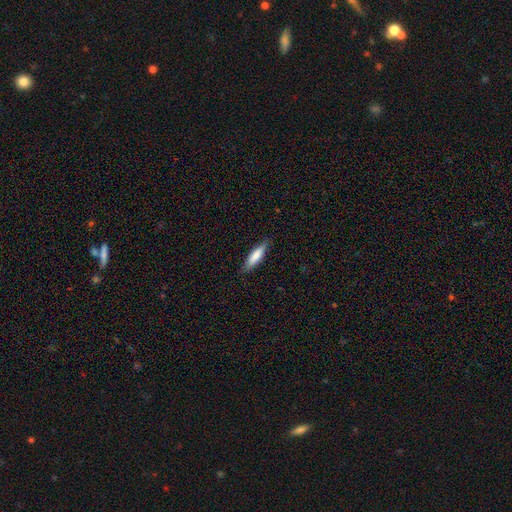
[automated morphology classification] Overall: smooth (74%). How rounded: cigar-shaped (72%). Merging: none (85%).